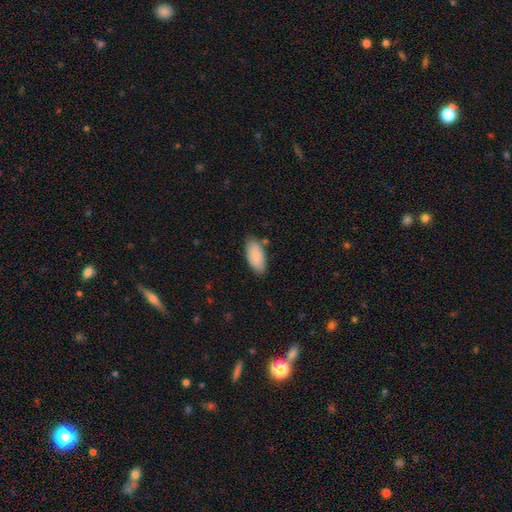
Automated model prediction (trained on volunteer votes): Overall: smooth (86%). How rounded: in between (91%). Merging: none (79%).